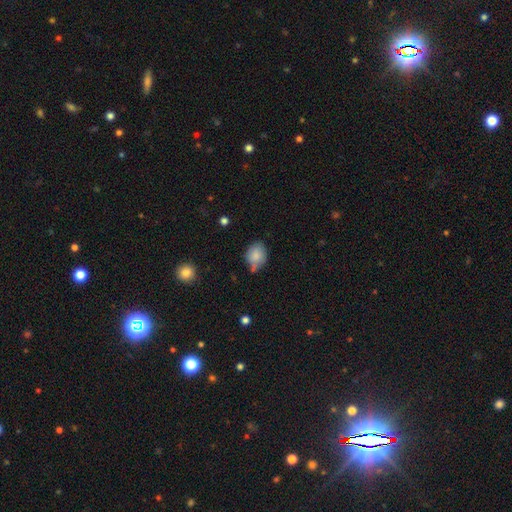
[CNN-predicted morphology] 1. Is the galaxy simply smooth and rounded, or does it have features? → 82% smooth, 10% featured or disk, 8% star or artifact.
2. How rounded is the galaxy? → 50% in between, 49% round, 1% cigar-shaped.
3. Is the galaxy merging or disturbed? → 54% none, 28% minor disturbance, 12% merger, 6% major disturbance.